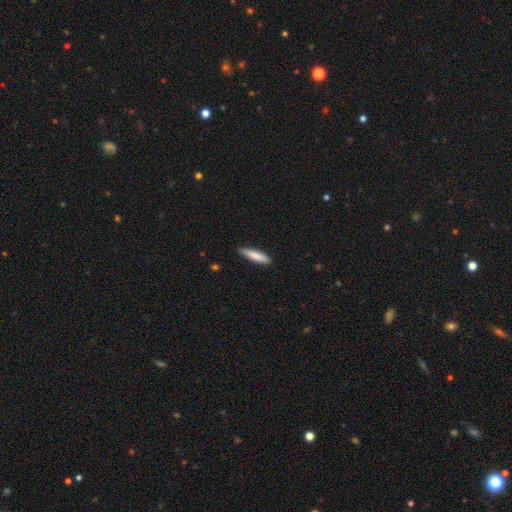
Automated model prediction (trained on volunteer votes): Q: Smooth or featured?
A: smooth (82%); runner-up: featured or disk (13%)
Q: How rounded?
A: cigar-shaped (82%); runner-up: in between (17%)
Q: Merging?
A: none (86%); runner-up: minor disturbance (11%)